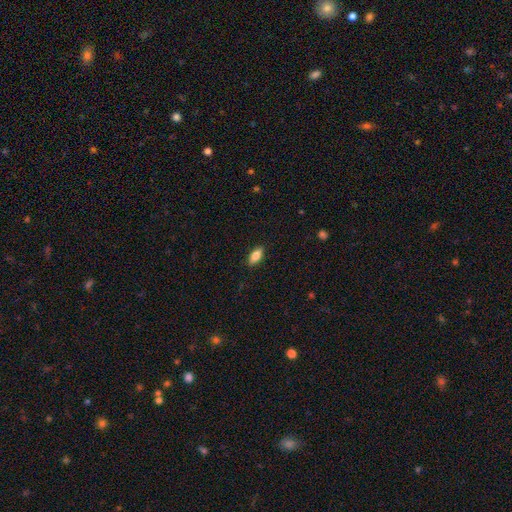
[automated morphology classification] A smooth galaxy with no disk features (81%) that is in between round and cigar-shaped (82%). Merging: none (88%).